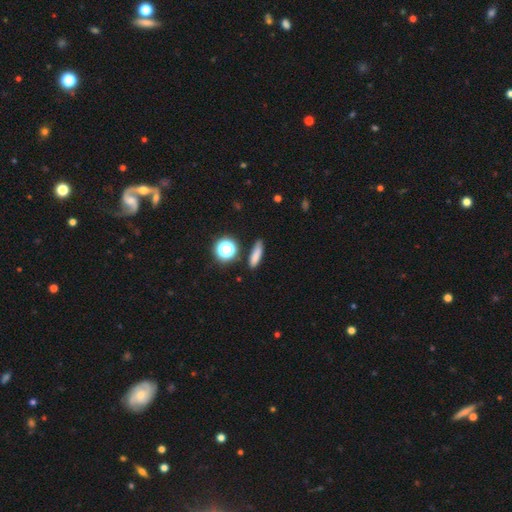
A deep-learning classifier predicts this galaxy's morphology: The model was most divided on "how rounded": cigar-shaped: 64%, in between: 25%, round: 11%. More confident: merging — none (78%); smooth or featured — smooth (77%).